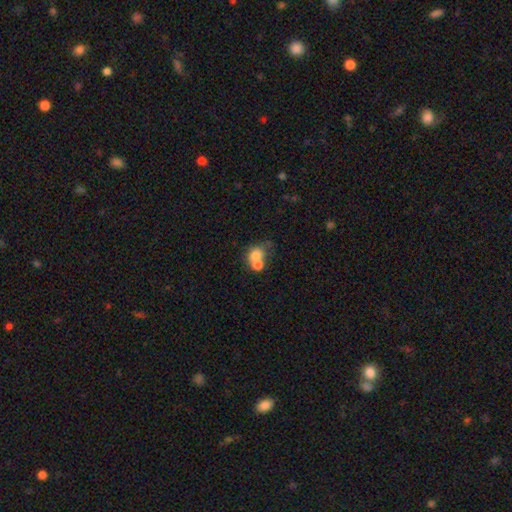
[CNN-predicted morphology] A smooth galaxy with no disk features (72%) that is round (60%).

Vote fractions:
- Smooth or featured? smooth: 72% / featured or disk: 18% / star or artifact: 11%
- How rounded? round: 60% / in between: 39% / cigar-shaped: 1%
- Merging? merger: 62% / none: 24% / minor disturbance: 8% / major disturbance: 6%